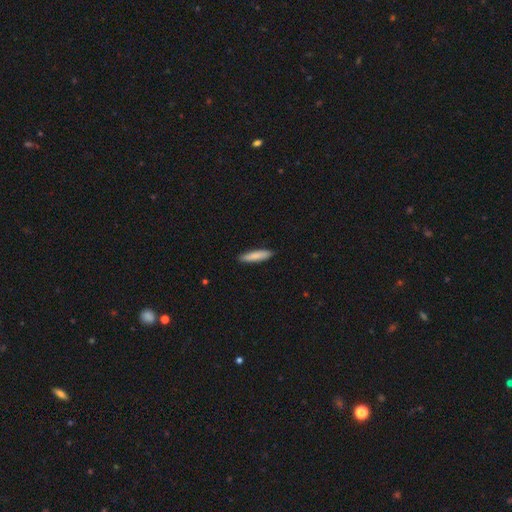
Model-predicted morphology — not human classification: This is clearly a smooth galaxy (83%). How rounded: clearly cigar-shaped (81%). Merging: clearly none (89%).